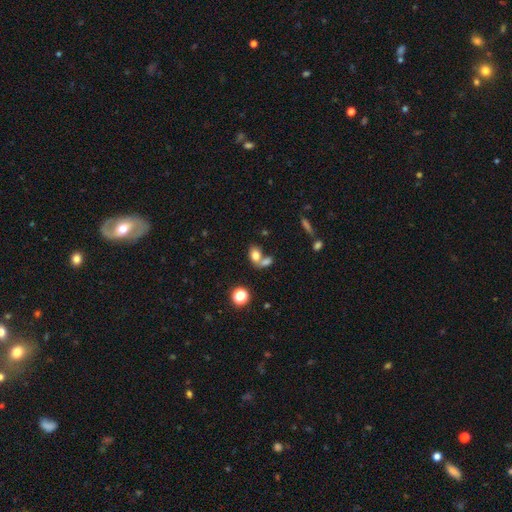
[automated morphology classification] smooth-or-featured: smooth: 76% | star or artifact: 12% | featured or disk: 12%
  how-rounded: in between: 71% | round: 27% | cigar-shaped: 2%
  merging: merger: 47% | none: 38% | minor disturbance: 9% | major disturbance: 5%